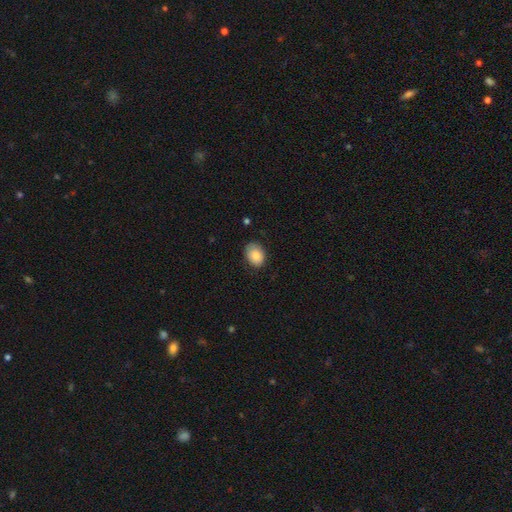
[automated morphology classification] smooth_or_featured: smooth (p=0.83) [alt: featured or disk p=0.09]
how_rounded: in between (p=0.68) [alt: round p=0.31]
merging: none (p=0.75) [alt: minor disturbance p=0.20]